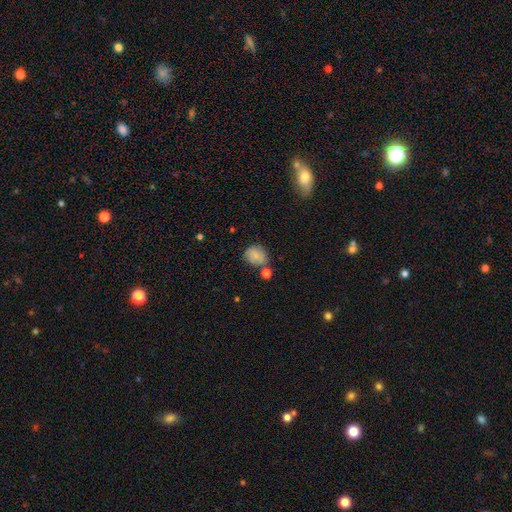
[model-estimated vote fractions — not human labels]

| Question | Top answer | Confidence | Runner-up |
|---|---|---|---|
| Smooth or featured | smooth | 80% | featured or disk (11%) |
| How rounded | round | 62% | in between (37%) |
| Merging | none | 60% | minor disturbance (19%) |